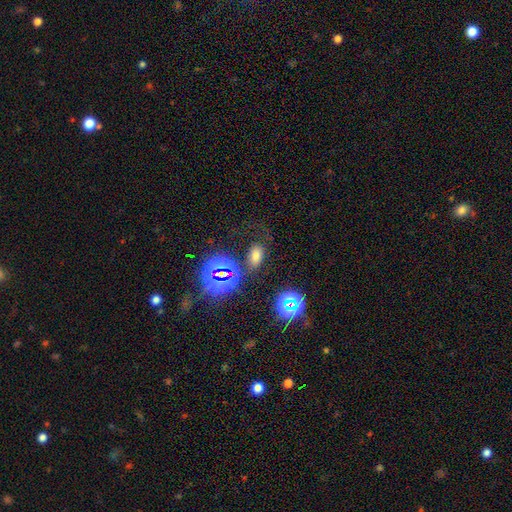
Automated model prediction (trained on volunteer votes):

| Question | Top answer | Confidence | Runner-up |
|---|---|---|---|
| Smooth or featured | smooth | 60% | star or artifact (31%) |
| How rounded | in between | 89% | round (9%) |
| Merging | none | 73% | minor disturbance (14%) |